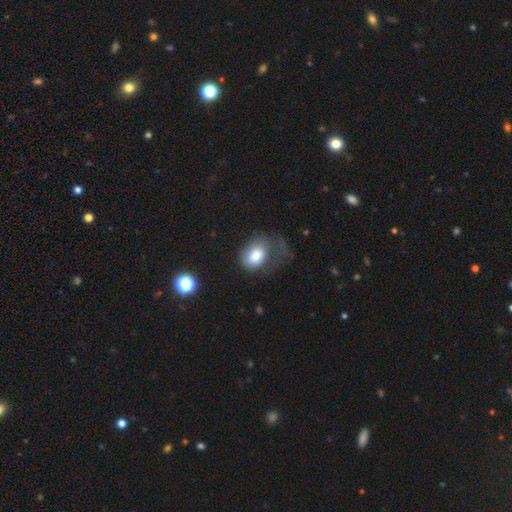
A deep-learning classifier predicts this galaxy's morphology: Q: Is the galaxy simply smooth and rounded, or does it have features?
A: smooth — 77%.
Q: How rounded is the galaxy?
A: in between — 69%.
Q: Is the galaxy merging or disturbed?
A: major disturbance — 46%.